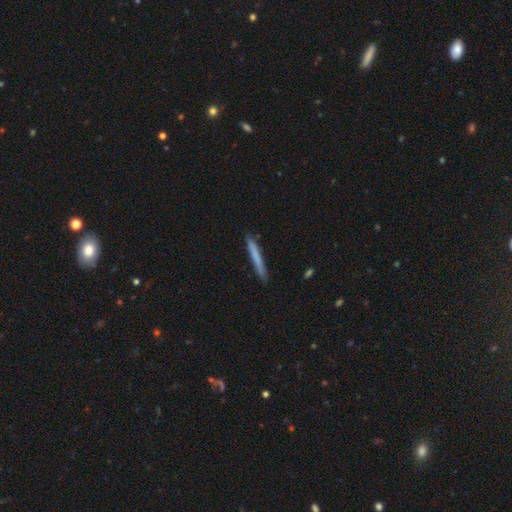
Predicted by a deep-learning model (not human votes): Morphology: type=smooth (70%); roundness=cigar-shaped (97%); merging=none (88%).